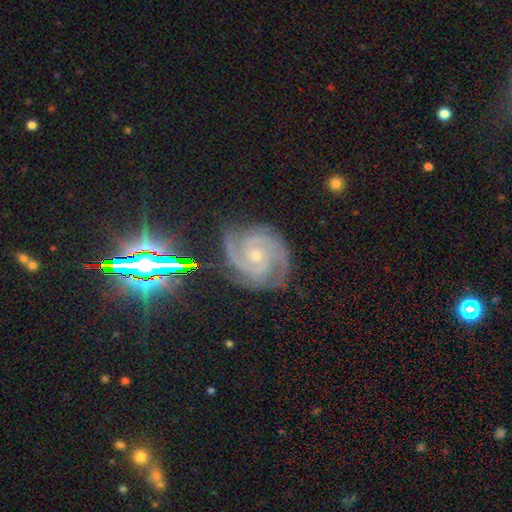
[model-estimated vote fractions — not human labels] Q: Smooth or featured?
A: featured or disk (89%); runner-up: star or artifact (7%)
Q: Edge-on disk?
A: no (98%); runner-up: yes (2%)
Q: Bar?
A: no (73%); runner-up: weak (20%)
Q: Spiral arms?
A: yes (99%); runner-up: no (1%)
Q: Spiral winding?
A: tight (65%); runner-up: medium (32%)
Q: Spiral arm count?
A: 3 (48%); runner-up: 2 (25%)
Q: Bulge size?
A: small (78%); runner-up: moderate (19%)
Q: Merging?
A: none (77%); runner-up: minor disturbance (16%)